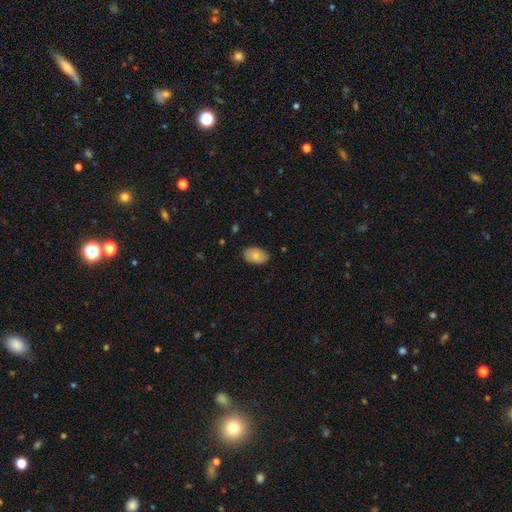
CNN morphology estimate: Overall: smooth (81%). How rounded: in between (89%). Merging: none (84%).